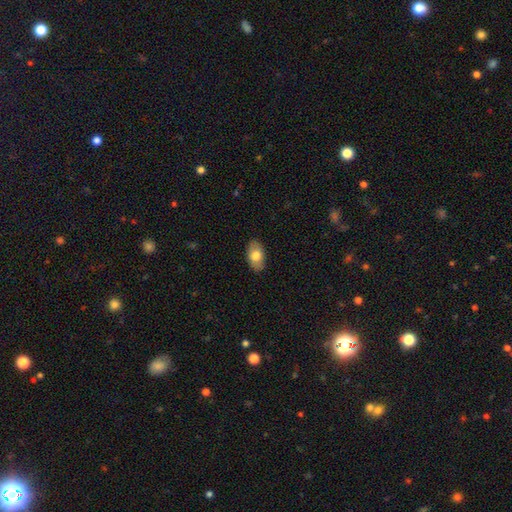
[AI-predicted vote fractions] Overall: smooth (76%). How rounded: in between (92%). Merging: none (86%).